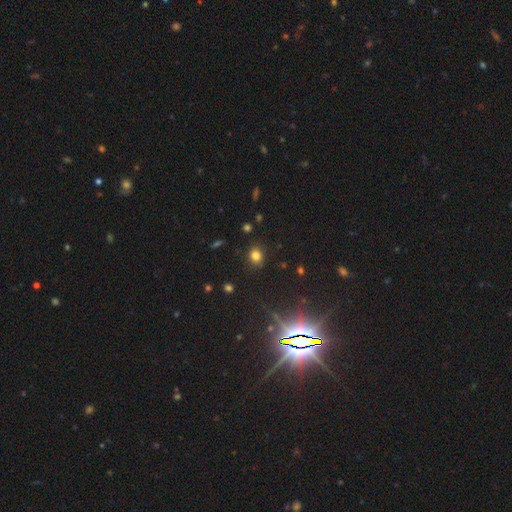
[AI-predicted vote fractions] Smooth or featured: smooth — 77% (star or artifact — 16%)
How rounded: round — 62% (in between — 37%)
Merging: none — 87% (minor disturbance — 9%)